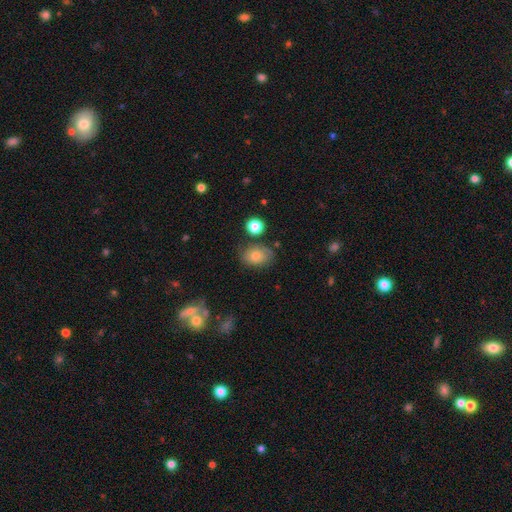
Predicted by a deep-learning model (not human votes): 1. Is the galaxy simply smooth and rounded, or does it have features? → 73% smooth, 17% featured or disk, 10% star or artifact.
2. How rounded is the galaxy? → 73% in between, 26% round, 1% cigar-shaped.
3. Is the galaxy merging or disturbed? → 67% none, 21% minor disturbance, 6% major disturbance, 5% merger.